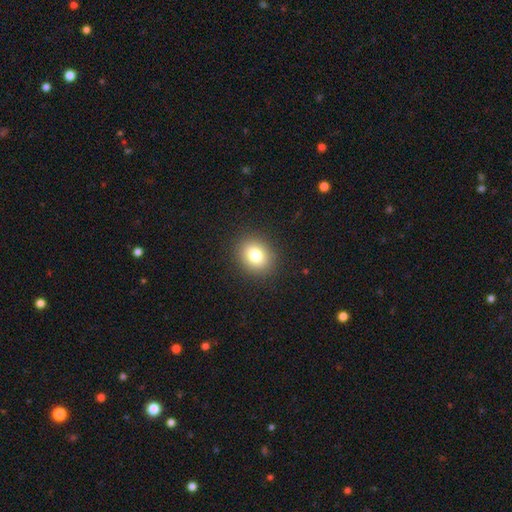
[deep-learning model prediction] Overall: smooth (81%). How rounded: round (60%; in between 40%). Merging: none (91%).